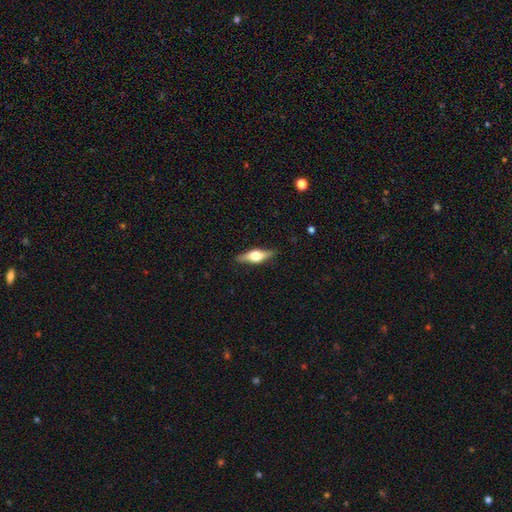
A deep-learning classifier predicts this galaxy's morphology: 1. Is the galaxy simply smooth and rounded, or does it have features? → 64% featured or disk, 30% smooth, 6% star or artifact.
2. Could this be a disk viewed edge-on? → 95% yes, 5% no.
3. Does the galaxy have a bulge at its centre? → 93% rounded, 6% boxy, 1% none.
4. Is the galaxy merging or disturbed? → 87% none, 10% minor disturbance, 2% major disturbance, 1% merger.